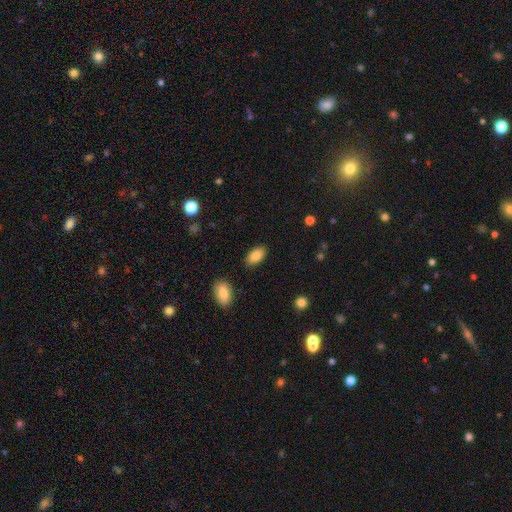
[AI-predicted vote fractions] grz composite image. It shows a smooth galaxy with no disk features (85%) that is in between round and cigar-shaped (92%). Merging: none (87%).